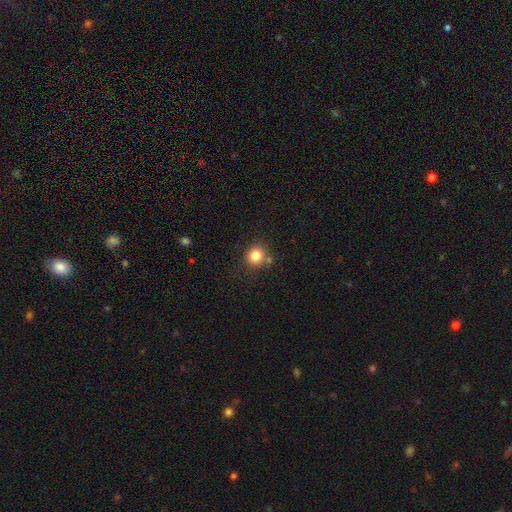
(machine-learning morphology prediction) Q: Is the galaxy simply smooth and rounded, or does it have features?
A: smooth — 83%.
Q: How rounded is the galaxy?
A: round — 87%.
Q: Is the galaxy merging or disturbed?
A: none — 76%.